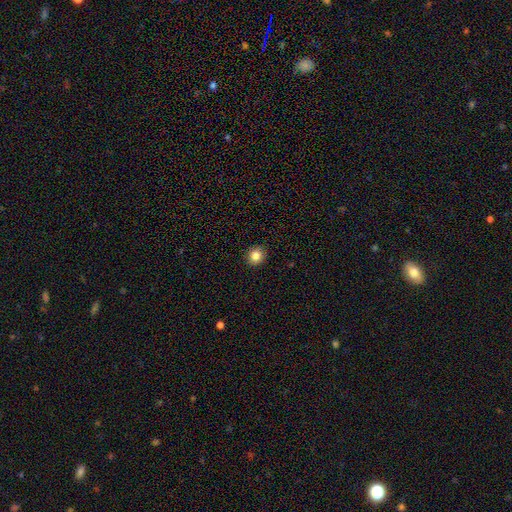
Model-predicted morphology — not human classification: smooth 85%, star or artifact 10%, featured or disk 5%. Down the decision tree: how rounded — round (81%); merging — none (91%).